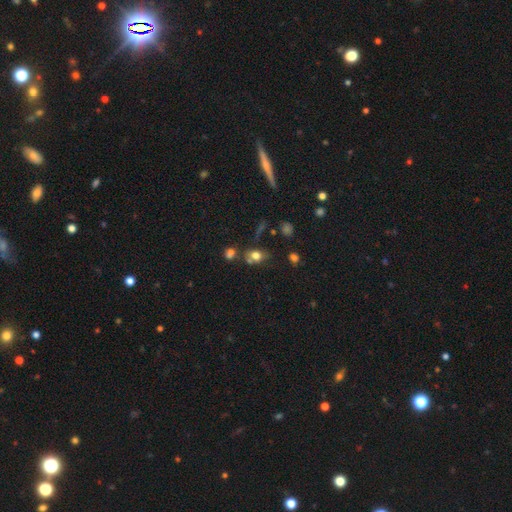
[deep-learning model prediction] This is likely a smooth galaxy (73%). How rounded: possibly in between (53%). Merging: possibly none (53%).